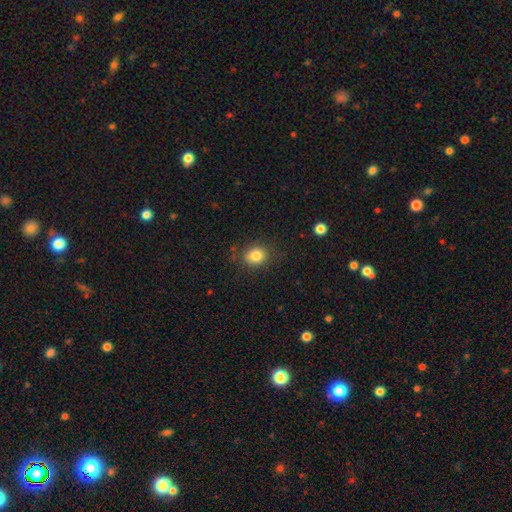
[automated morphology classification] A smooth galaxy with no disk features (82%) that is round (64%).

Vote fractions:
- Smooth or featured? smooth: 82% / star or artifact: 11% / featured or disk: 7%
- How rounded? round: 64% / in between: 35% / cigar-shaped: 1%
- Merging? none: 81% / minor disturbance: 14% / major disturbance: 4% / merger: 2%